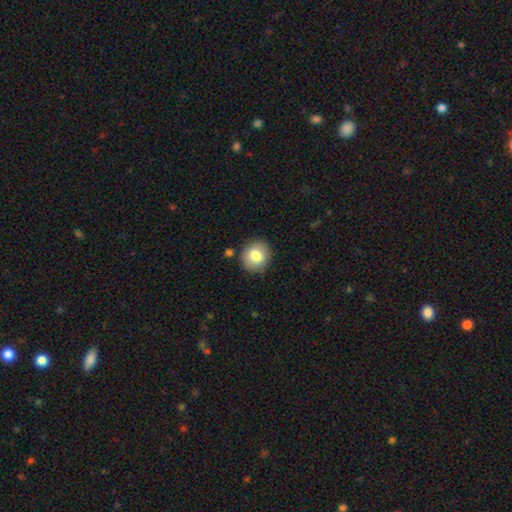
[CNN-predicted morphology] smooth 81%, featured or disk 10%, star or artifact 8%. Down the decision tree: how rounded — round (85%); merging — none (87%).